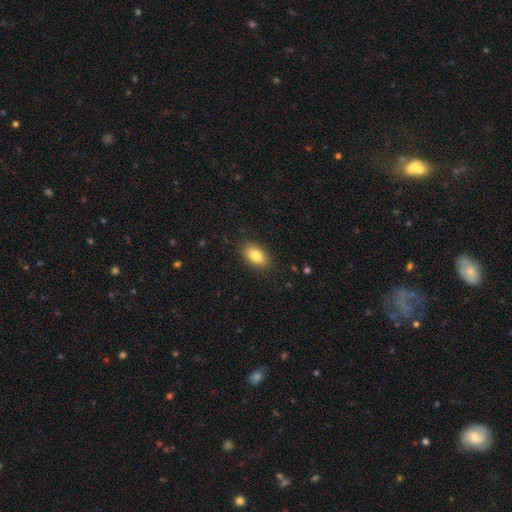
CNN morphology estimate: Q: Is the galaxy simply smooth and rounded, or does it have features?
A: smooth — 83%.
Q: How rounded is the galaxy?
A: in between — 90%.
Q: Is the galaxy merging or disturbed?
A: none — 87%.